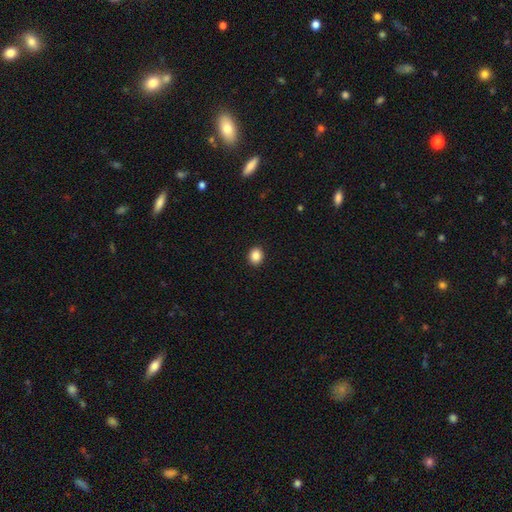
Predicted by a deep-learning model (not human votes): smooth 87%, star or artifact 9%, featured or disk 4%. Down the decision tree: how rounded — round (61%); merging — none (92%).